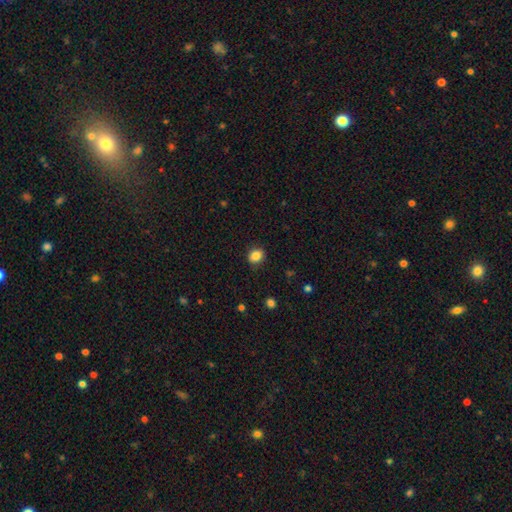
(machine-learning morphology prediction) A smooth galaxy with no disk features (86%) that is round (55%).

Vote fractions:
- Smooth or featured? smooth: 86% / star or artifact: 10% / featured or disk: 4%
- How rounded? round: 55% / in between: 44% / cigar-shaped: 1%
- Merging? none: 87% / minor disturbance: 9% / major disturbance: 2% / merger: 1%